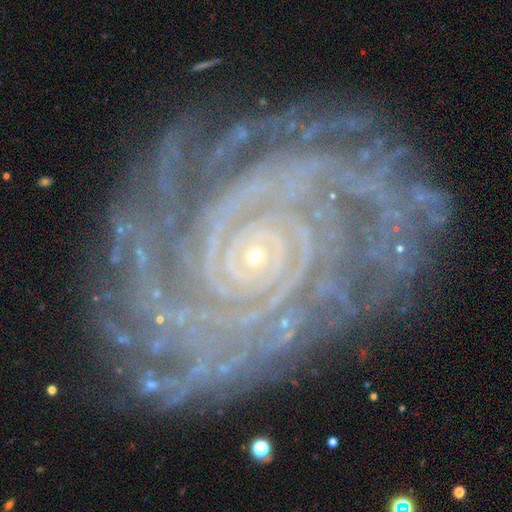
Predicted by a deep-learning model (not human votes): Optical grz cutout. It shows a featured or disk galaxy (92%) with no bar (76%), more than 4 (26%) tight (85%) spiral arms (98%) and a small central bulge (85%). Merging: none (75%).